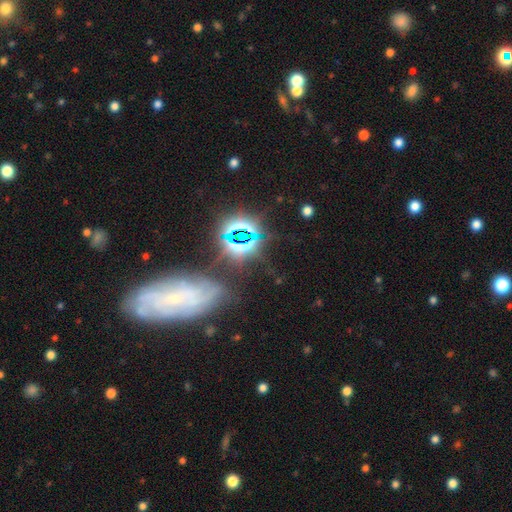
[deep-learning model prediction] Q: Smooth or featured?
A: featured or disk (44%); runner-up: star or artifact (35%)
Q: Merging?
A: none (72%); runner-up: minor disturbance (13%)